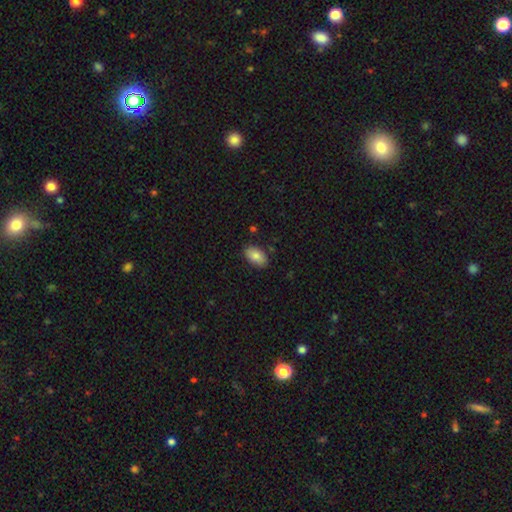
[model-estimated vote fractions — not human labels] This is clearly a smooth galaxy (83%). How rounded: clearly in between (93%). Merging: clearly none (84%).